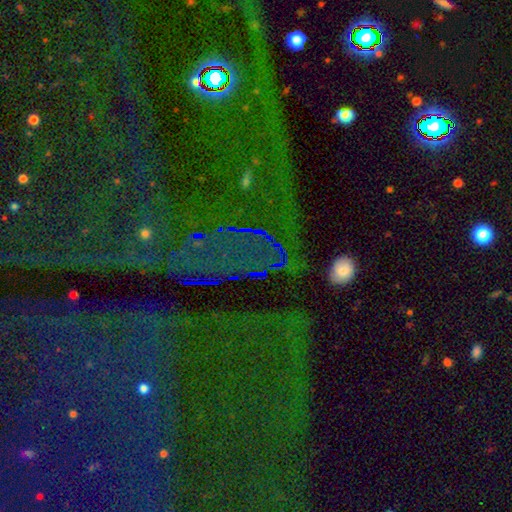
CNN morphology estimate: Smooth or featured? Predicted: star or artifact (p=0.75).